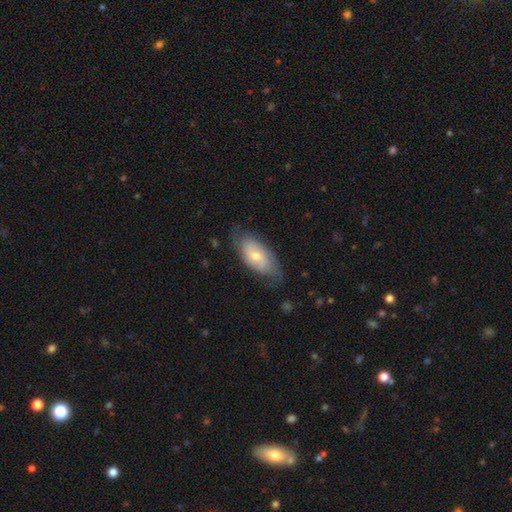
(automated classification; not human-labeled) featured or disk 50%, smooth 44%, star or artifact 7%. Down the decision tree: merging — none (69%).